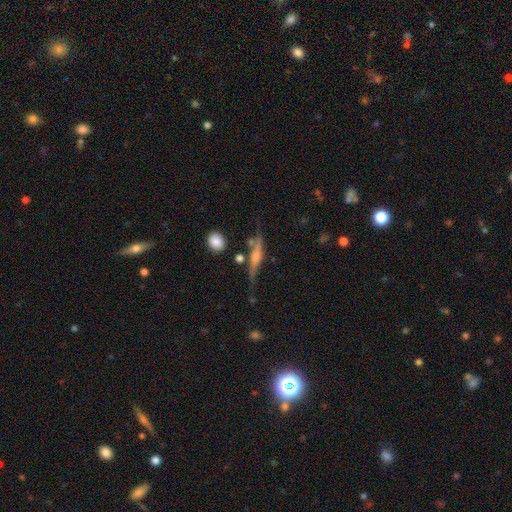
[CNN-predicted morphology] smooth_or_featured: featured or disk (p=0.64) [alt: smooth p=0.28]
disk_edge_on: yes (p=0.92) [alt: no p=0.08]
edge_on_bulge: rounded (p=0.72) [alt: boxy p=0.17]
merging: none (p=0.64) [alt: minor disturbance p=0.21]